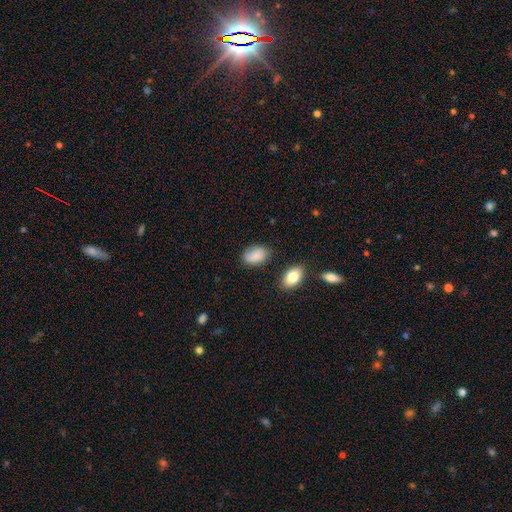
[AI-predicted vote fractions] This is clearly a smooth galaxy (84%). How rounded: clearly in between (88%). Merging: likely none (72%).